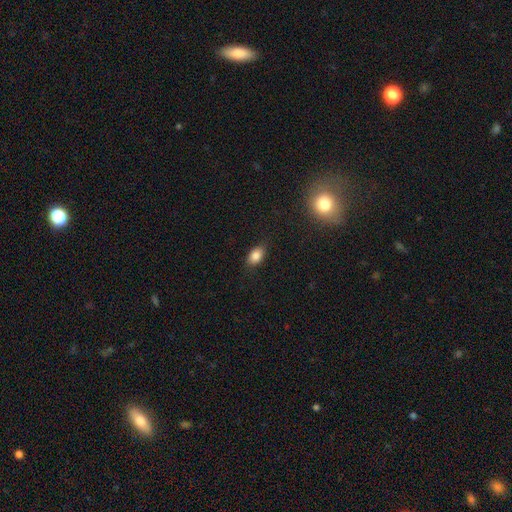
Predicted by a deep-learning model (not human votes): Smooth or featured?
  - smooth: 84% *
  - star or artifact: 10%
  - featured or disk: 6%
How rounded?
  - in between: 86% *
  - round: 12%
  - cigar-shaped: 2%
Merging?
  - none: 84% *
  - minor disturbance: 12%
  - major disturbance: 3%
  - merger: 1%